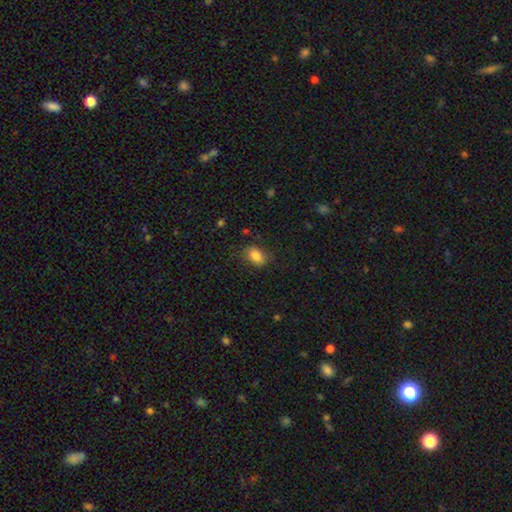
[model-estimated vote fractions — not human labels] Smooth or featured: smooth — 85% (star or artifact — 8%)
How rounded: in between — 82% (round — 16%)
Merging: none — 76% (minor disturbance — 17%)